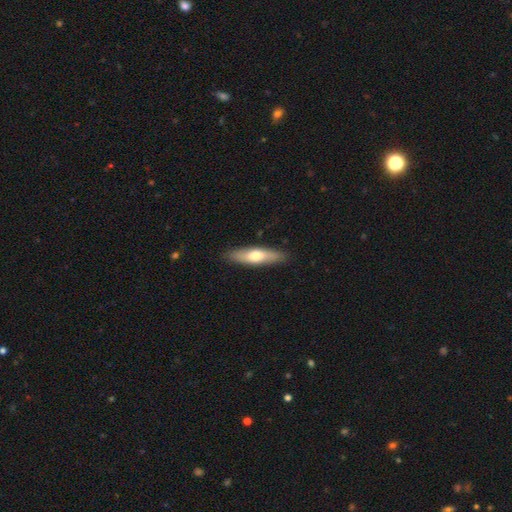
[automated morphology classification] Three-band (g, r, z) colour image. It shows a smooth galaxy with no disk features (61%) that is cigar-shaped (67%). Merging: none (88%).